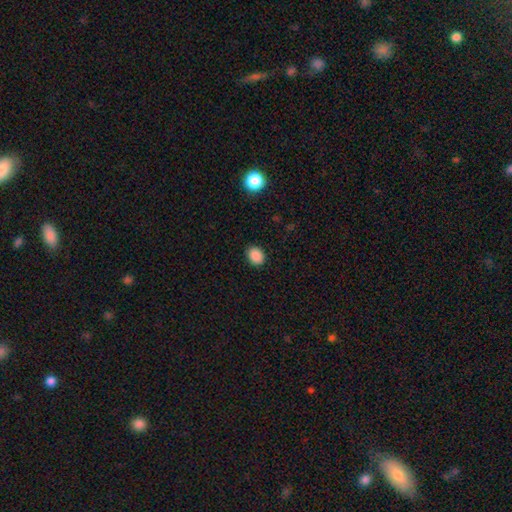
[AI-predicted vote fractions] smooth_or_featured: smooth (p=0.88) [alt: star or artifact p=0.09]
how_rounded: in between (p=0.54) [alt: round p=0.45]
merging: none (p=0.89) [alt: minor disturbance p=0.07]